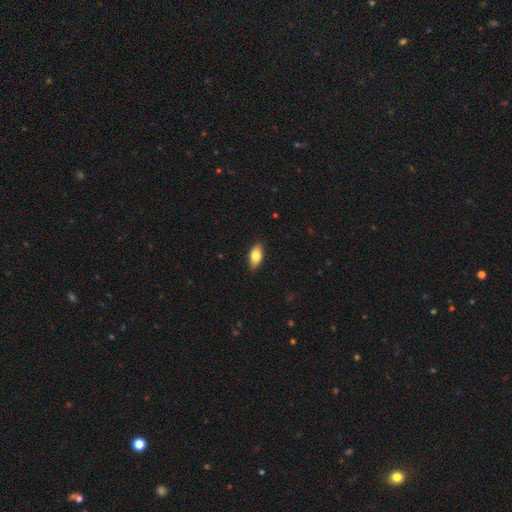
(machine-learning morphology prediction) smooth-or-featured: smooth: 80% | featured or disk: 13% | star or artifact: 7%
  how-rounded: in between: 89% | cigar-shaped: 7% | round: 4%
  merging: none: 87% | minor disturbance: 10% | major disturbance: 2% | merger: 1%